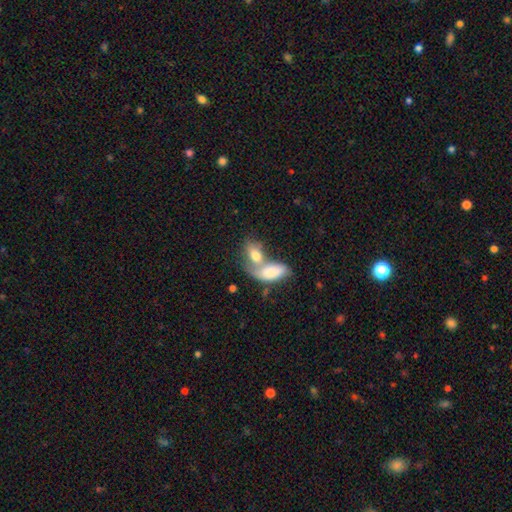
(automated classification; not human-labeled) Morphology: type=smooth (74%); roundness=in between (87%); merging=merger (68%).